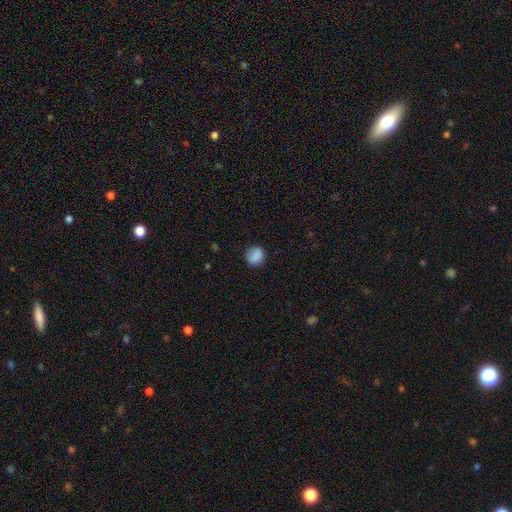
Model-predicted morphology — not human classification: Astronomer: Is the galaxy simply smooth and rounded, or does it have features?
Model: smooth — 87%.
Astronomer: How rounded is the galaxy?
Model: round — 83%.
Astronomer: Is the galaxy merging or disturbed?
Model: none — 84%.